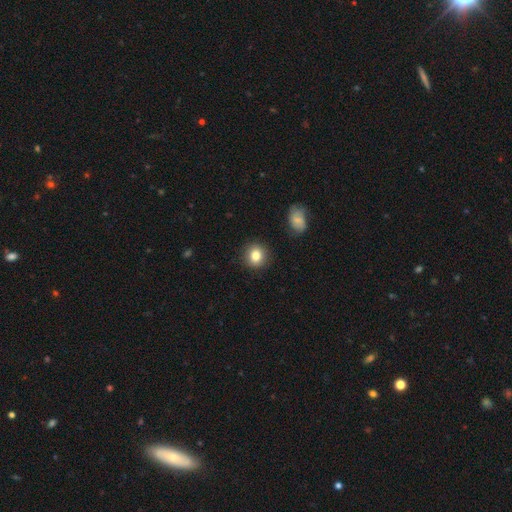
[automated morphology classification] The model was most divided on "how rounded": round: 86%, in between: 13%, cigar-shaped: 1%. More confident: merging — none (89%); smooth or featured — smooth (83%).